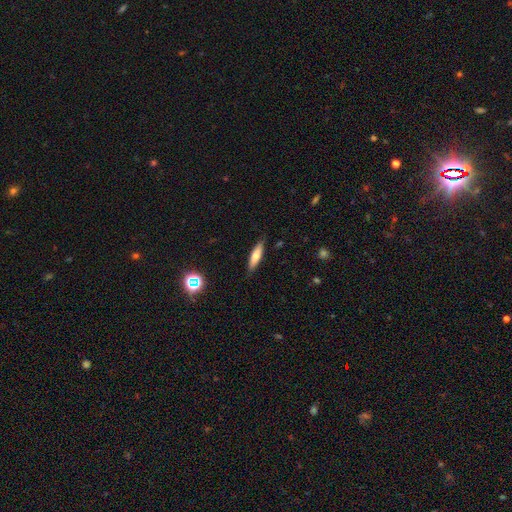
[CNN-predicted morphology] Q: Smooth or featured?
A: smooth (63%); runner-up: featured or disk (30%)
Q: How rounded?
A: cigar-shaped (72%); runner-up: in between (26%)
Q: Merging?
A: none (86%); runner-up: minor disturbance (11%)